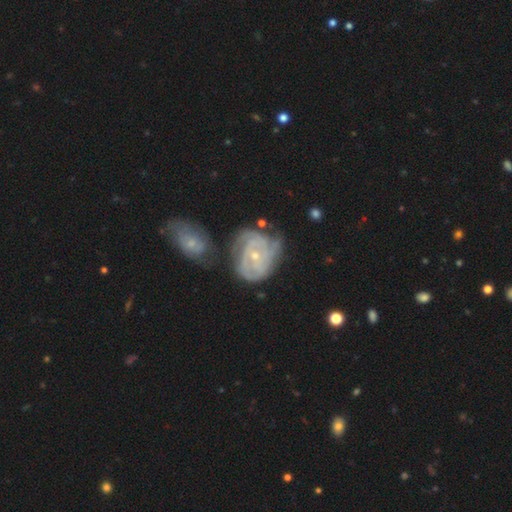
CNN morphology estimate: Smooth or featured? Predicted: featured or disk (p=0.84). Edge-on disk? Predicted: no (p=0.97). Bar? Predicted: no (p=0.68). Spiral arms? Predicted: yes (p=0.93). Spiral winding? Predicted: tight (p=0.68). Spiral arm count? Predicted: can't tell (p=0.34). Bulge size? Predicted: small (p=0.69). Merging? Predicted: none (p=0.43).